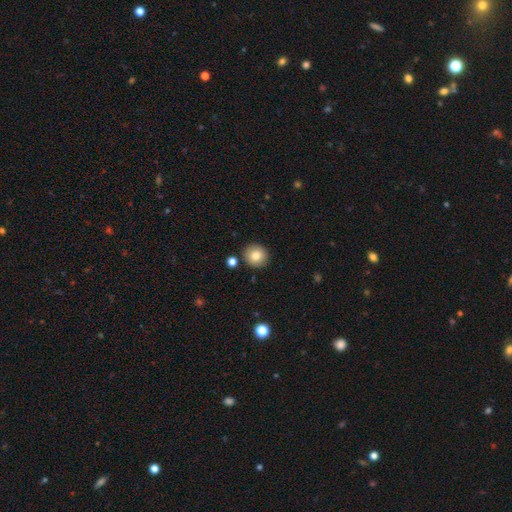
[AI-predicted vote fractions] Smooth or featured? Predicted: smooth (p=0.82). How rounded? Predicted: round (p=0.90). Merging? Predicted: none (p=0.89).